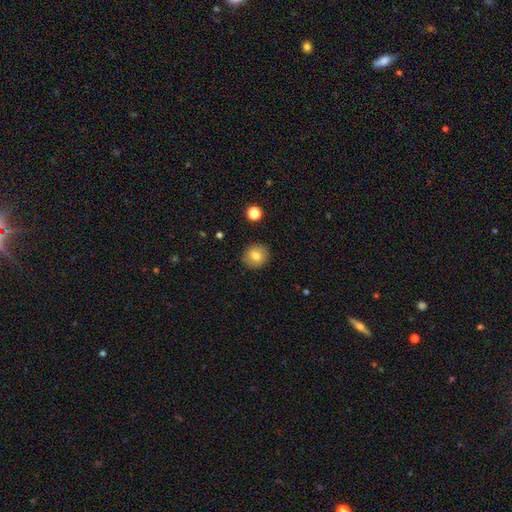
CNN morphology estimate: Smooth or featured?
  - smooth: 78% *
  - featured or disk: 12%
  - star or artifact: 10%
How rounded?
  - round: 82% *
  - in between: 17%
  - cigar-shaped: 1%
Merging?
  - none: 88% *
  - minor disturbance: 8%
  - major disturbance: 2%
  - merger: 1%